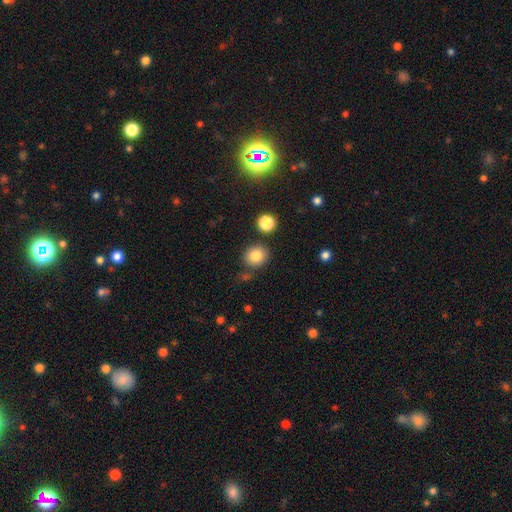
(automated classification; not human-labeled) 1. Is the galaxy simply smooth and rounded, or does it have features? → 84% smooth, 10% star or artifact, 6% featured or disk.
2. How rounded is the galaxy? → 79% round, 20% in between, 1% cigar-shaped.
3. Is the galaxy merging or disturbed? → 80% none, 10% minor disturbance, 6% merger, 3% major disturbance.